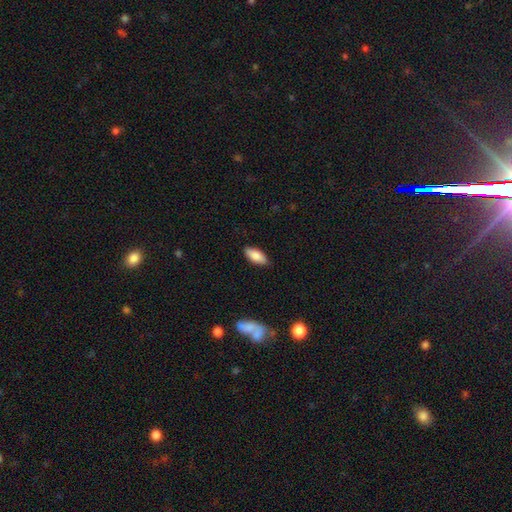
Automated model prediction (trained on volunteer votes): Morphology: type=smooth (85%); roundness=in between (87%); merging=none (86%).